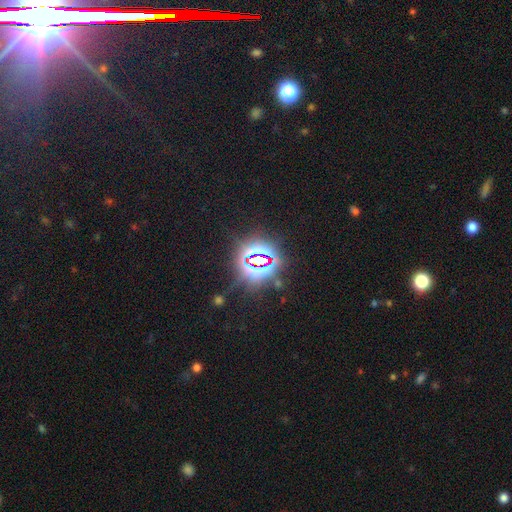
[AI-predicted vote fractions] Q: Smooth or featured?
A: star or artifact (80%); runner-up: smooth (13%)